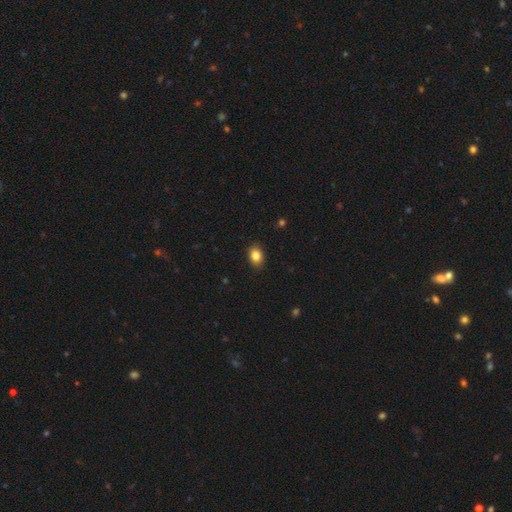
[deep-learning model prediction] smooth_or_featured: smooth (p=0.85) [alt: star or artifact p=0.09]
how_rounded: in between (p=0.74) [alt: round p=0.25]
merging: none (p=0.89) [alt: minor disturbance p=0.09]